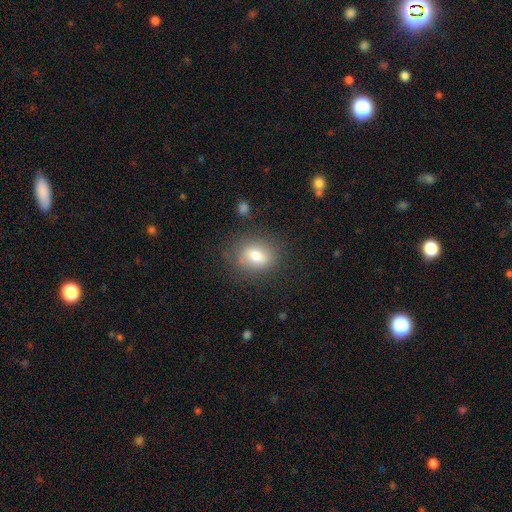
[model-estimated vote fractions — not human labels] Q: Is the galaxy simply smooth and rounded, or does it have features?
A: smooth — 75%.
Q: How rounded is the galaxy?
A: in between — 53%.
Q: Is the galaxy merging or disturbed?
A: none — 80%.